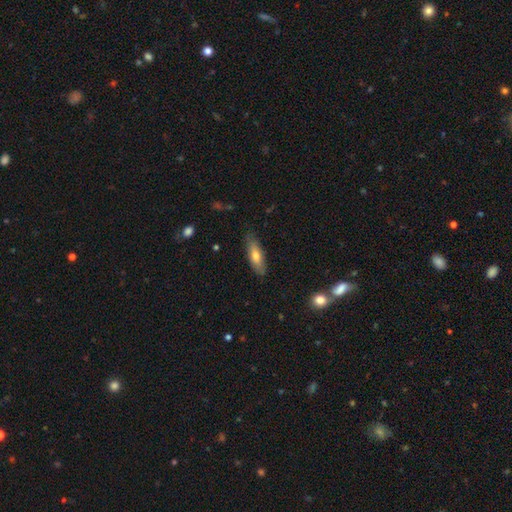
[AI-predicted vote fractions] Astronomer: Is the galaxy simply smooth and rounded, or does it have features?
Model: smooth — 68%.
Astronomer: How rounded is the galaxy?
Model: cigar-shaped — 51% (runner-up: in between, 47%).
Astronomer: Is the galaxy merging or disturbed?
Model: none — 82%.